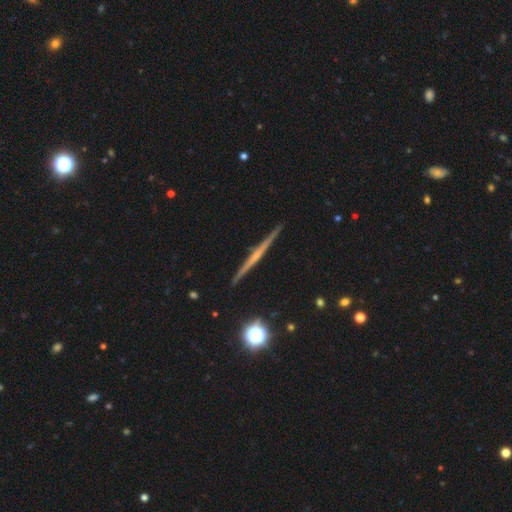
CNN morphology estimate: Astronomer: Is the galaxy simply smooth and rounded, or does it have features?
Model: featured or disk — 72%.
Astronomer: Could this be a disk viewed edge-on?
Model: yes — 98%.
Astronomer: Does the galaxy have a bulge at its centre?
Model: none — 57% (runner-up: rounded, 35%).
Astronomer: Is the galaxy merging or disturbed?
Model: none — 92%.